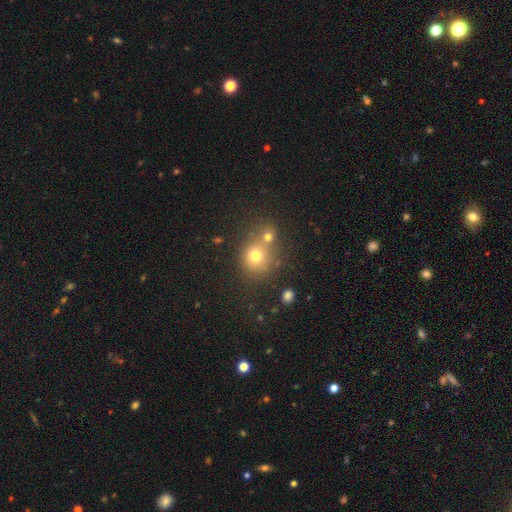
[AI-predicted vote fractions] smooth_or_featured: smooth (p=0.72) [alt: star or artifact p=0.16]
how_rounded: round (p=0.81) [alt: in between p=0.18]
merging: none (p=0.50) [alt: merger p=0.37]